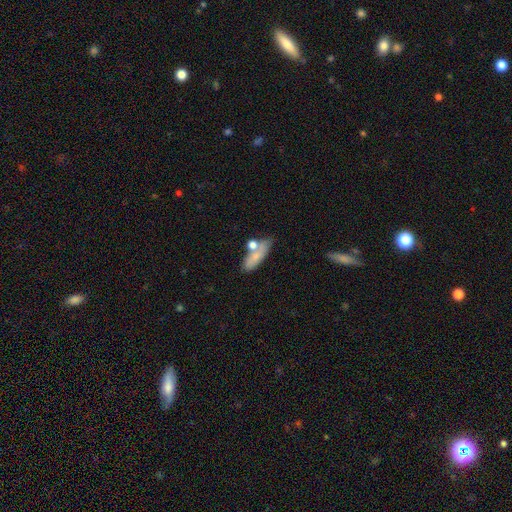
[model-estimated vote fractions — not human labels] smooth 69%, featured or disk 23%, star or artifact 8%. Down the decision tree: how rounded — in between (65%); merging — none (47%).